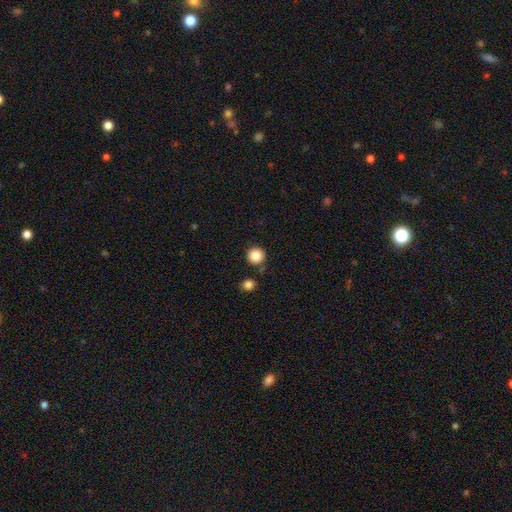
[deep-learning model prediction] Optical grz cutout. It shows a smooth galaxy with no disk features (86%) that is round (95%). Merging: none (82%).